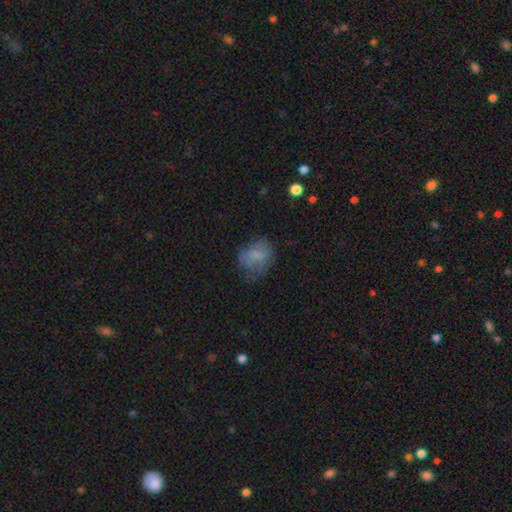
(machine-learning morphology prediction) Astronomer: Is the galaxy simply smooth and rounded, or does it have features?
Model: smooth — 65%.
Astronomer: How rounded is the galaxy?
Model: round — 52% (runner-up: in between, 47%).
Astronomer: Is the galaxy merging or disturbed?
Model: none — 50% (runner-up: minor disturbance, 28%).